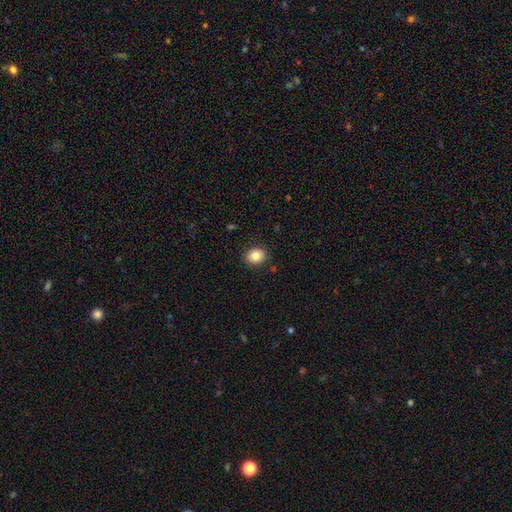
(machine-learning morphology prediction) type=smooth (85%); roundness=round (53%); merging=none (88%).